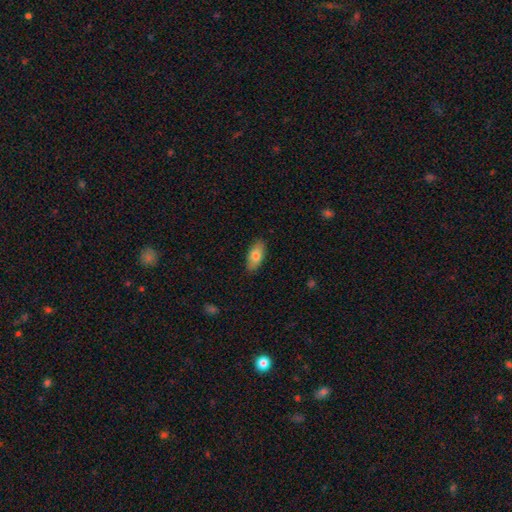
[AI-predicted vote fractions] The model was most divided on "smooth or featured": smooth: 78%, featured or disk: 16%, star or artifact: 6%. More confident: how rounded — in between (89%); merging — none (87%).